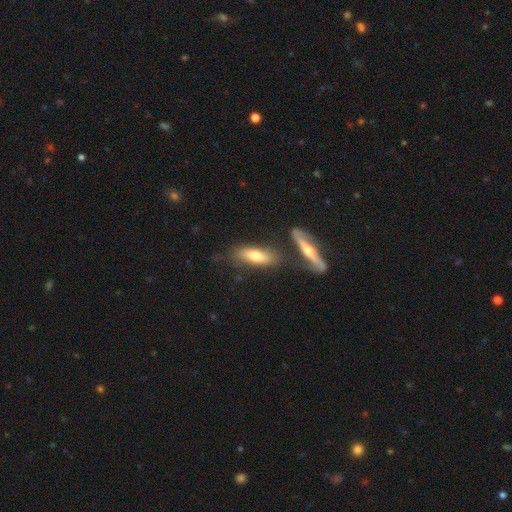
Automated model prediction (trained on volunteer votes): This is likely a smooth galaxy (61%). How rounded: possibly in between (50%). Merging: likely none (66%).